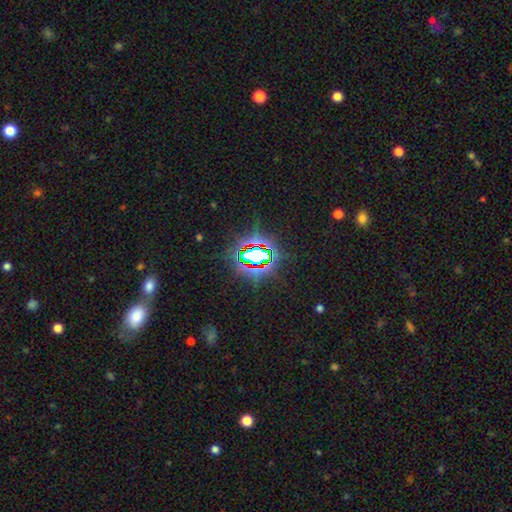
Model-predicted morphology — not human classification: Overall: star or artifact (77%).